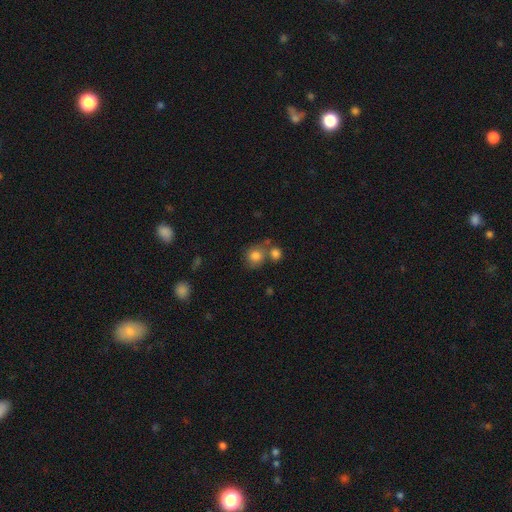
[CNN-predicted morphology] smooth-or-featured: smooth: 81% | star or artifact: 11% | featured or disk: 9%
  how-rounded: round: 80% | in between: 19% | cigar-shaped: 1%
  merging: none: 55% | merger: 29% | minor disturbance: 12% | major disturbance: 5%